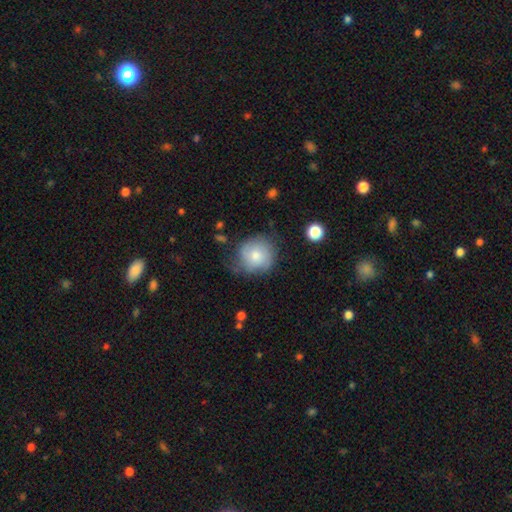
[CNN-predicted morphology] This is likely a smooth galaxy (71%). How rounded: clearly round (86%). Merging: possibly none (58%).